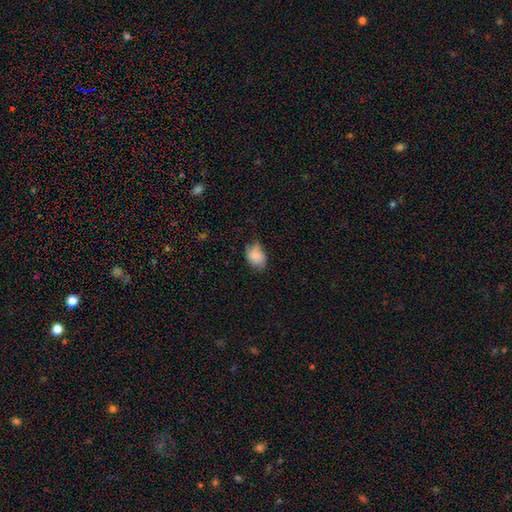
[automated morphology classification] A smooth galaxy with no disk features (76%) that is in between round and cigar-shaped (73%).

Vote fractions:
- Smooth or featured? smooth: 76% / featured or disk: 16% / star or artifact: 9%
- How rounded? in between: 73% / round: 25% / cigar-shaped: 1%
- Merging? none: 48% / minor disturbance: 38% / major disturbance: 12% / merger: 3%